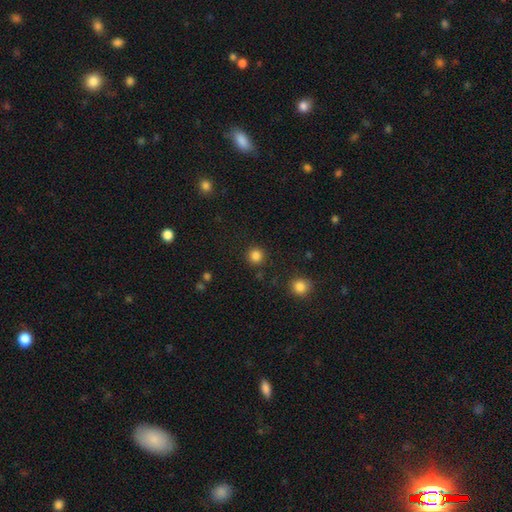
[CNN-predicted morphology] A smooth galaxy with no disk features (84%) that is round (94%). Merging: none (90%).